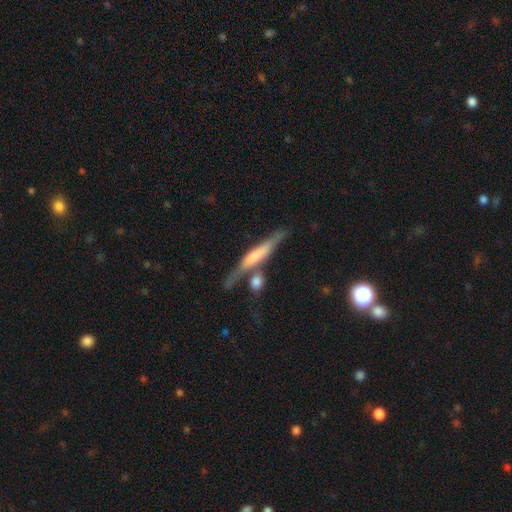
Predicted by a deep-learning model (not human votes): Overall: featured or disk (52%; smooth 41%). Edge-on disk: yes (89%). Merging: none (53%; merger 23%).